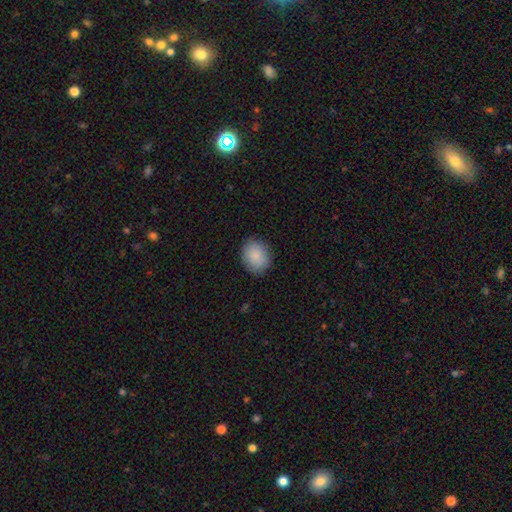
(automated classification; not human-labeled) Q: Smooth or featured?
A: smooth (88%); runner-up: star or artifact (7%)
Q: How rounded?
A: round (55%); runner-up: in between (44%)
Q: Merging?
A: none (87%); runner-up: minor disturbance (10%)